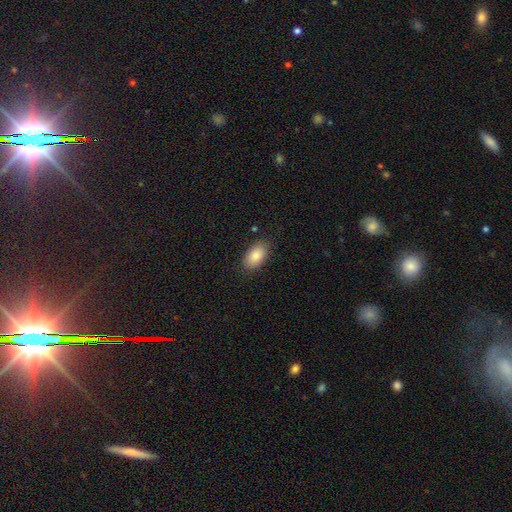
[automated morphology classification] Smooth or featured: smooth — 87% (star or artifact — 7%)
How rounded: in between — 94% (round — 4%)
Merging: none — 84% (minor disturbance — 12%)